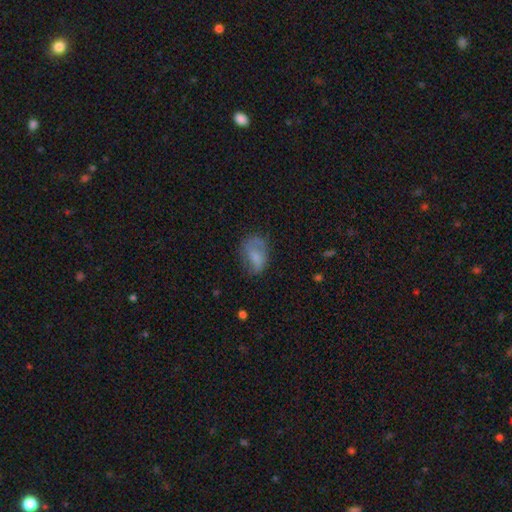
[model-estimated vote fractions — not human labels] Smooth or featured? Predicted: smooth (p=0.61). How rounded? Predicted: in between (p=0.83). Merging? Predicted: none (p=0.50).